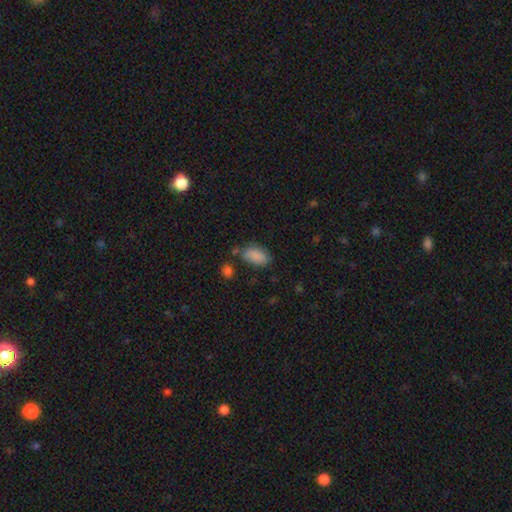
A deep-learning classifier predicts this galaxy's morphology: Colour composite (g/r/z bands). It shows a smooth galaxy with no disk features (87%) that is in between round and cigar-shaped (92%). Merging: none (64%).